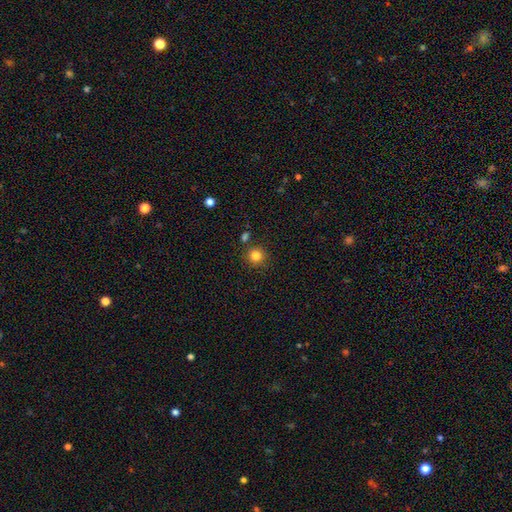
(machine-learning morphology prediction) The model was most divided on "smooth or featured": smooth: 83%, star or artifact: 12%, featured or disk: 5%. More confident: how rounded — round (94%); merging — none (85%).